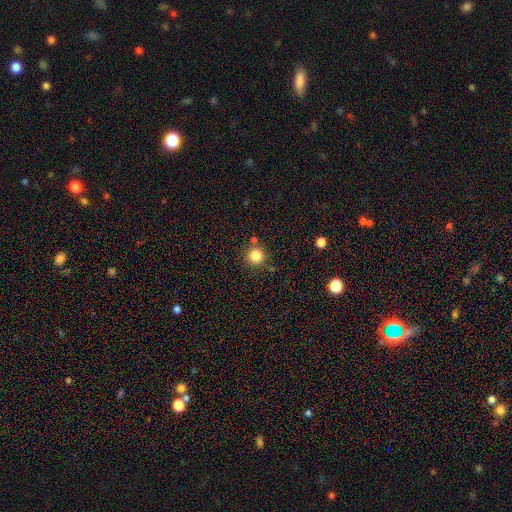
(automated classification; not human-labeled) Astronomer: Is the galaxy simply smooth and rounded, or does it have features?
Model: smooth — 83%.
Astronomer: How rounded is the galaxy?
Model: round — 94%.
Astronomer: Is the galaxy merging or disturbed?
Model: none — 81%.